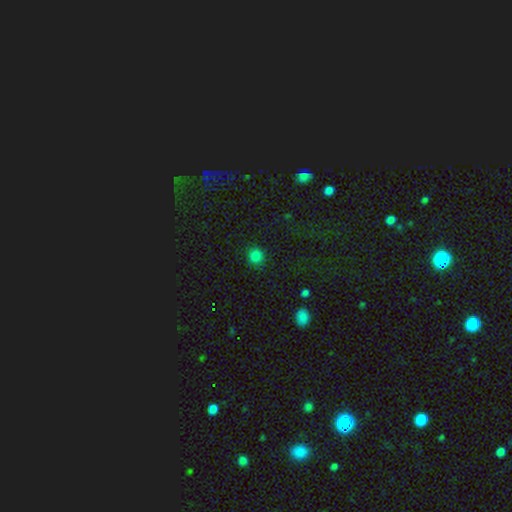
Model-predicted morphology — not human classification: smooth-or-featured: smooth: 82% | star or artifact: 15% | featured or disk: 3%
  how-rounded: round: 90% | in between: 9% | cigar-shaped: 1%
  merging: none: 86% | minor disturbance: 9% | major disturbance: 3% | merger: 1%